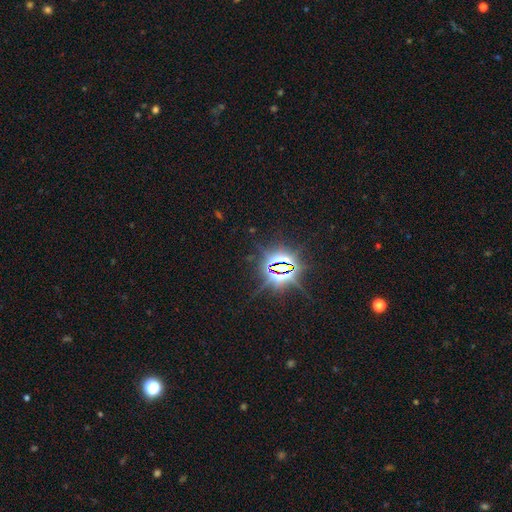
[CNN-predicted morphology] Smooth or featured? Predicted: star or artifact (p=0.84).